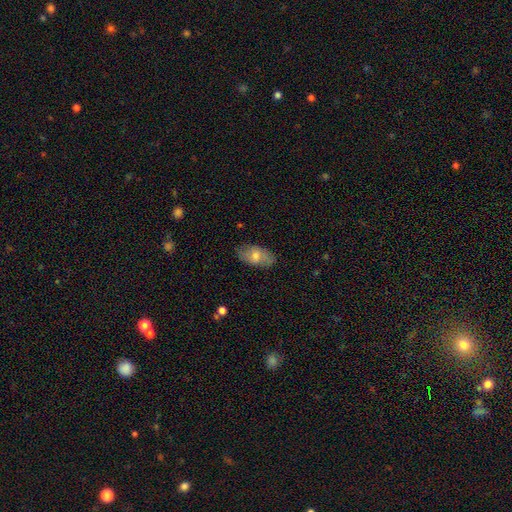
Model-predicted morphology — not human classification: Smooth or featured: smooth — 58% (featured or disk — 34%)
How rounded: in between — 90% (cigar-shaped — 5%)
Merging: none — 82% (minor disturbance — 14%)